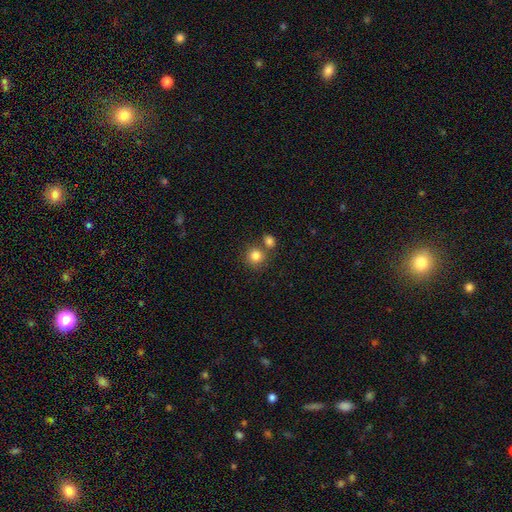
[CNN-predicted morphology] smooth_or_featured: smooth (p=0.83) [alt: star or artifact p=0.10]
how_rounded: round (p=0.88) [alt: in between p=0.11]
merging: none (p=0.65) [alt: merger p=0.24]